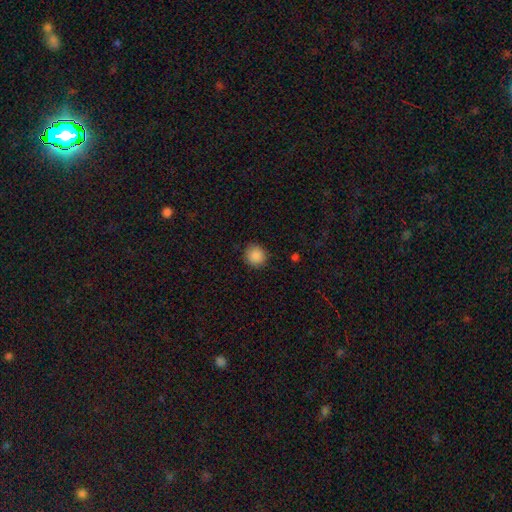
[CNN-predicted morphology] Smooth or featured? smooth (88%)
How rounded? round (90%)
Merging? none (88%)